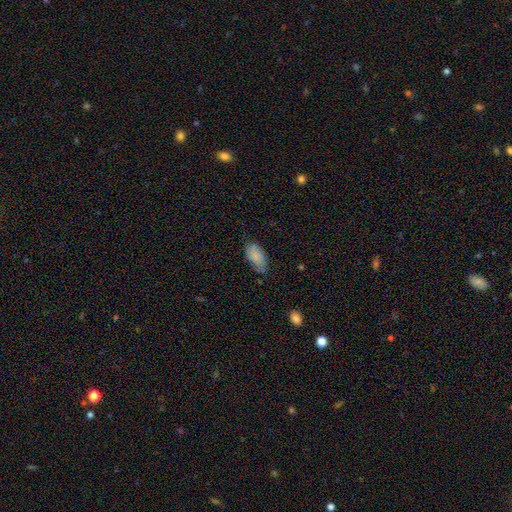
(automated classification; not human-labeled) A smooth galaxy with no disk features (78%) that is in between round and cigar-shaped (94%). Merging: none (65%).